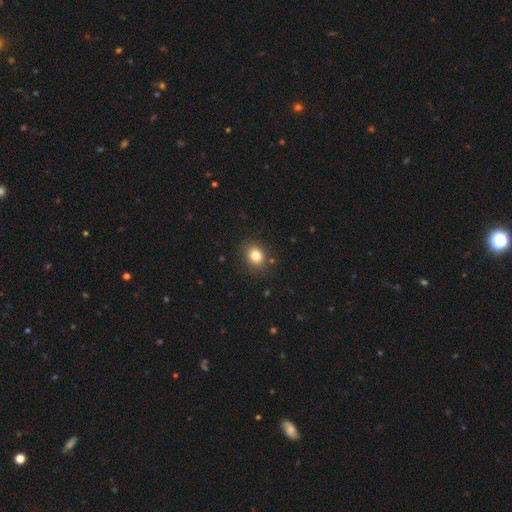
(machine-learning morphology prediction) Q: Smooth or featured?
A: smooth (82%); runner-up: star or artifact (11%)
Q: How rounded?
A: round (61%); runner-up: in between (38%)
Q: Merging?
A: none (86%); runner-up: minor disturbance (10%)